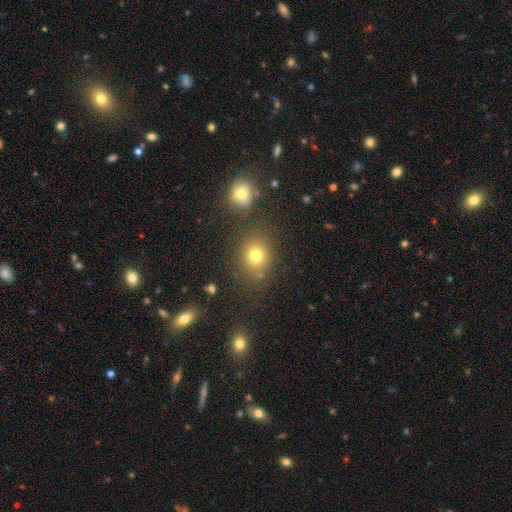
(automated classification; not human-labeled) Overall: smooth (74%). How rounded: round (71%). Merging: none (73%).